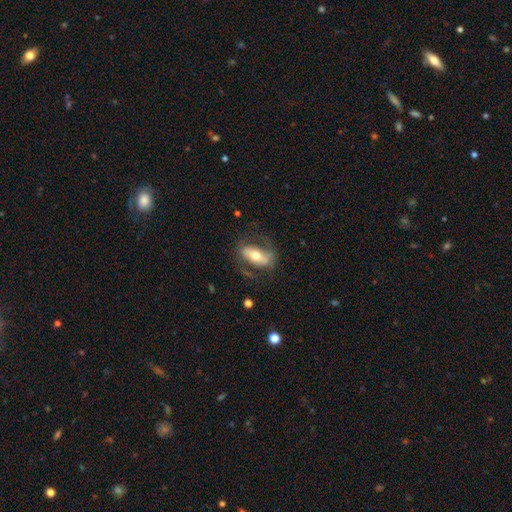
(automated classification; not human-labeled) Smooth or featured? featured or disk (51%)
Edge-on disk? no (74%)
Merging? none (62%)